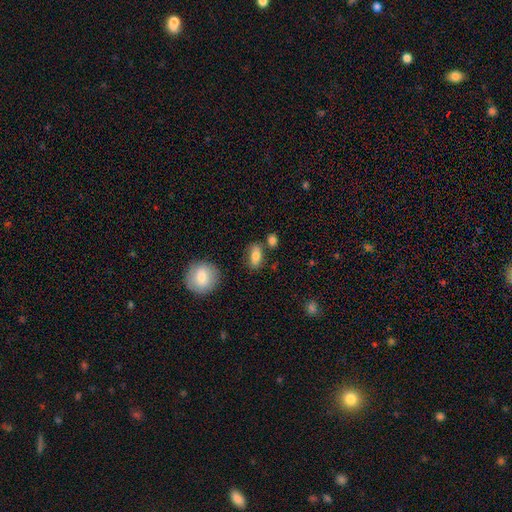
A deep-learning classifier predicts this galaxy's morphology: Smooth or featured: smooth — 81% (featured or disk — 11%)
How rounded: in between — 85% (round — 8%)
Merging: none — 72% (minor disturbance — 14%)